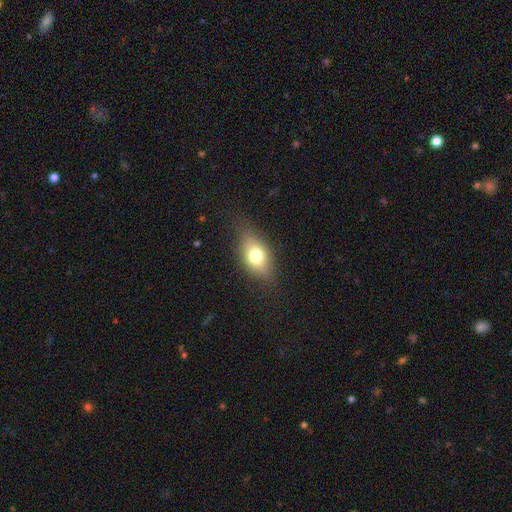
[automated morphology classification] This is likely a smooth galaxy (71%). How rounded: likely in between (79%). Merging: likely none (74%).